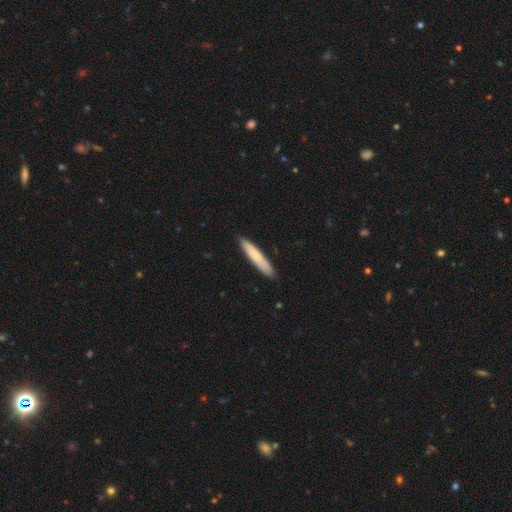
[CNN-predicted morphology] A smooth galaxy with no disk features (74%) that is cigar-shaped (90%).

Vote fractions:
- Smooth or featured? smooth: 74% / featured or disk: 21% / star or artifact: 5%
- How rounded? cigar-shaped: 90% / in between: 9% / round: 1%
- Merging? none: 89% / minor disturbance: 9% / major disturbance: 1% / merger: 1%